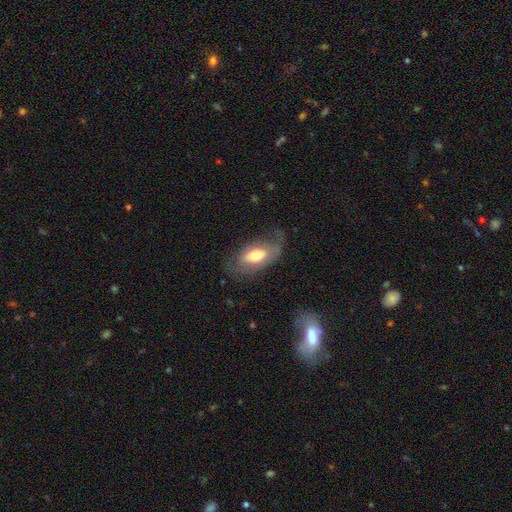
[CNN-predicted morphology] Smooth or featured? smooth (51%)
How rounded? in between (90%)
Merging? none (54%)